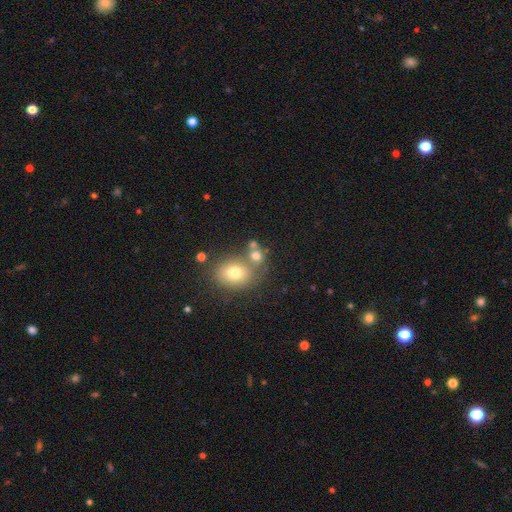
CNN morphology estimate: Smooth or featured?
  - smooth: 72% *
  - star or artifact: 14%
  - featured or disk: 14%
How rounded?
  - round: 66% *
  - in between: 32%
  - cigar-shaped: 1%
Merging?
  - none: 47% *
  - merger: 38%
  - minor disturbance: 10%
  - major disturbance: 5%